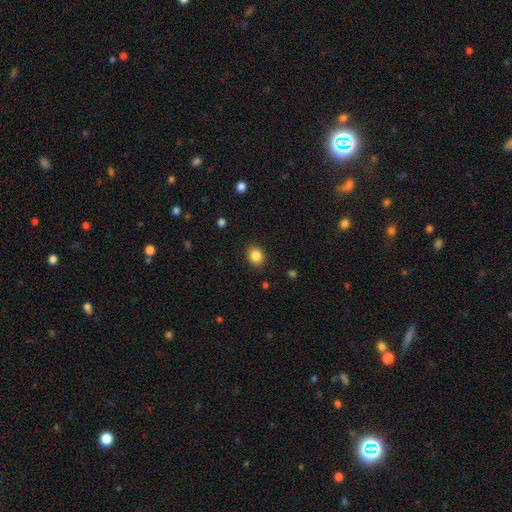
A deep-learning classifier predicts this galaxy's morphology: A smooth galaxy with no disk features (86%) that is round (57%).

Vote fractions:
- Smooth or featured? smooth: 86% / star or artifact: 10% / featured or disk: 5%
- How rounded? round: 57% / in between: 42% / cigar-shaped: 1%
- Merging? none: 88% / minor disturbance: 8% / major disturbance: 2% / merger: 1%